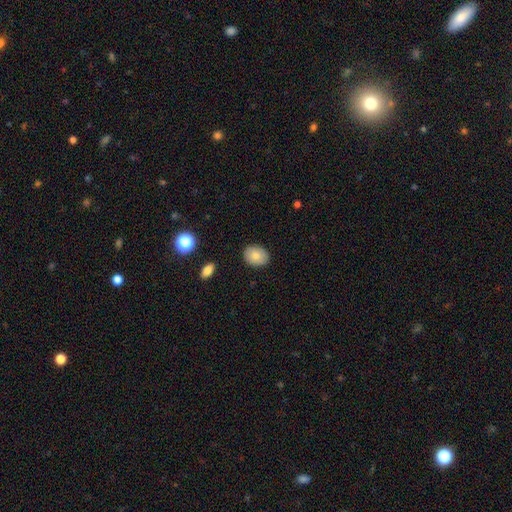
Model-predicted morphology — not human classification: A smooth galaxy with no disk features (82%) that is in between round and cigar-shaped (67%). Merging: none (87%).